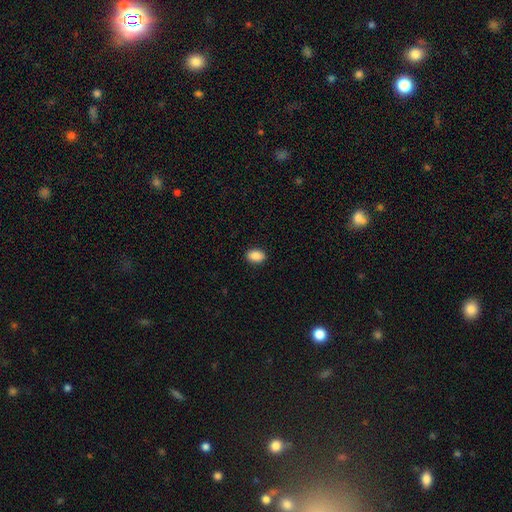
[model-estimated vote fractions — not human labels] Morphology: type=smooth (90%); roundness=in between (83%); merging=none (90%).